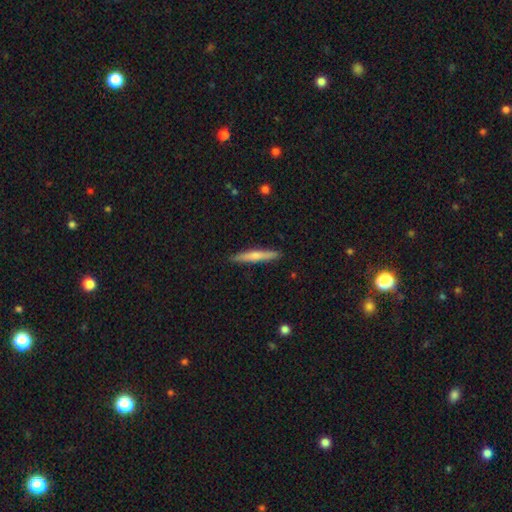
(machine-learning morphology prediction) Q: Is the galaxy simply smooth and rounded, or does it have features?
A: smooth — 59%.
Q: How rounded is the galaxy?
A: cigar-shaped — 94%.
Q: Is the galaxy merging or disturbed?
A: none — 90%.